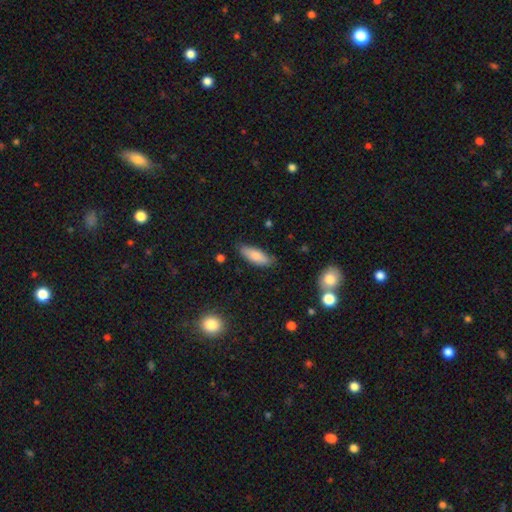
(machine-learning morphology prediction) smooth 82%, featured or disk 12%, star or artifact 7%. Down the decision tree: how rounded — in between (65%); merging — none (80%).